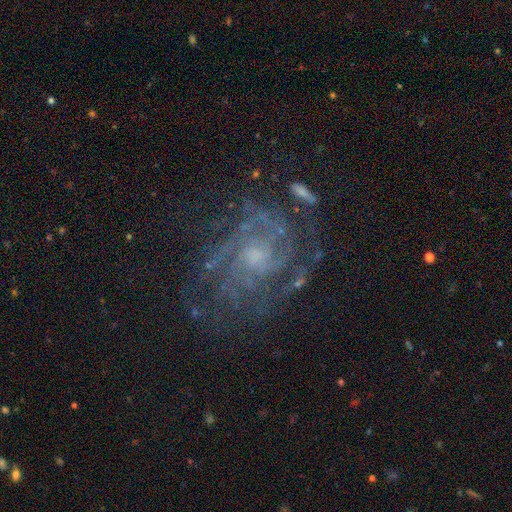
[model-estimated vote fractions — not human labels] The model was most divided on "spiral arm count": can't tell: 33%, 3: 20%, 4: 16%, 2: 16%, more than 4: 9%, 1: 7%. Remaining: edge-on disk — no (97%); spiral arms — yes (94%); smooth or featured — featured or disk (84%); bar — no (67%); merging — none (66%); spiral winding — tight (56%); bulge size — small (49%).